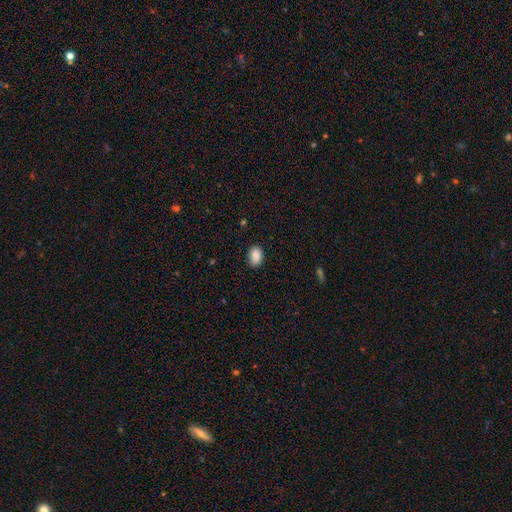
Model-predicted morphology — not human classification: This is clearly a smooth galaxy (89%). How rounded: clearly in between (80%). Merging: clearly none (82%).